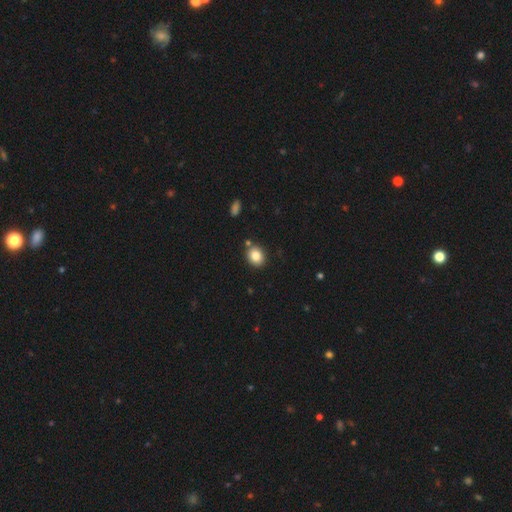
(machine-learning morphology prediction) smooth_or_featured: smooth (p=0.83) [alt: star or artifact p=0.09]
how_rounded: round (p=0.54) [alt: in between p=0.45]
merging: none (p=0.81) [alt: minor disturbance p=0.09]